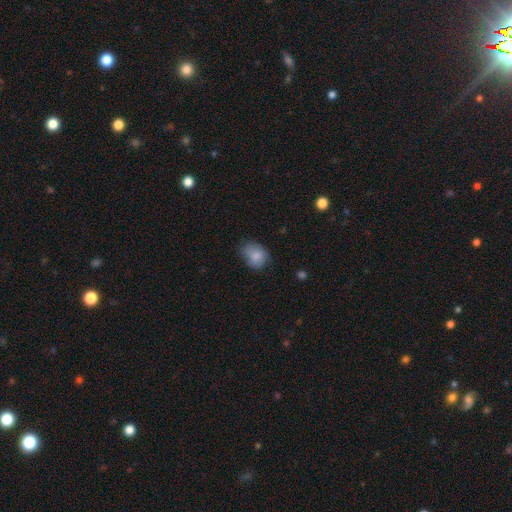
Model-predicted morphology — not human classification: The model was most divided on "how rounded": in between: 50%, round: 49%, cigar-shaped: 1%. More confident: smooth or featured — smooth (82%); merging — none (56%).